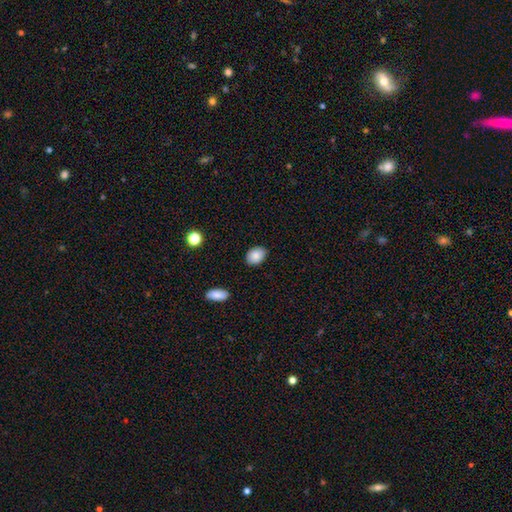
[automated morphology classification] type=smooth (87%); roundness=in between (73%); merging=none (86%).